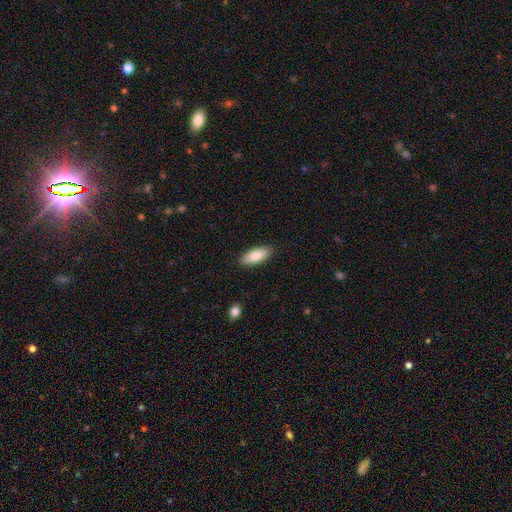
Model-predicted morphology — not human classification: Overall: smooth (83%). How rounded: in between (81%). Merging: none (89%).